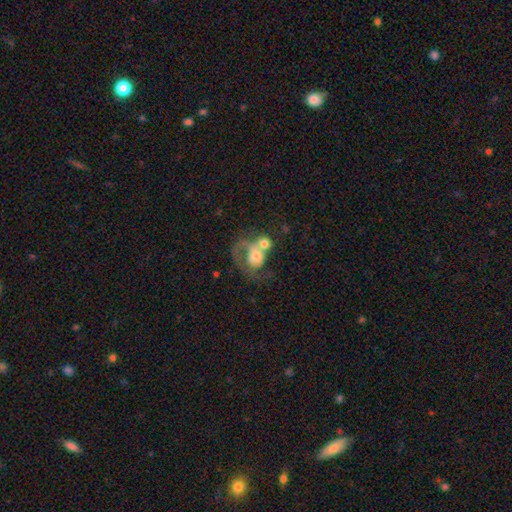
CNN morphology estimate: Smooth or featured? featured or disk (47%)
Merging? merger (55%)